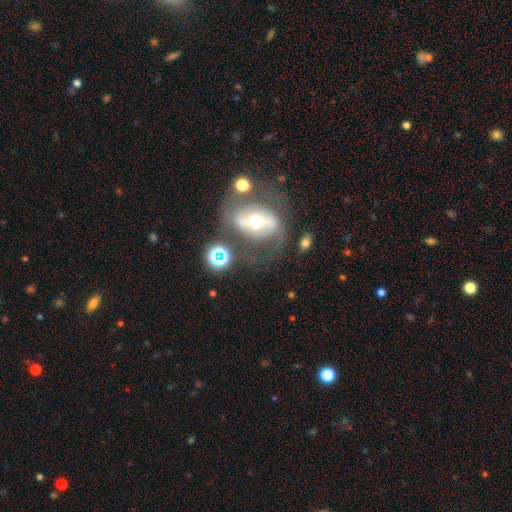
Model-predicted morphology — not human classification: Smooth or featured?
  - featured or disk: 64% *
  - smooth: 22%
  - star or artifact: 14%
Edge-on disk?
  - no: 91% *
  - yes: 9%
Bar?
  - no: 37% *
  - weak: 35%
  - strong: 29%
Spiral arms?
  - yes: 62% *
  - no: 38%
Bulge size?
  - moderate: 57% *
  - small: 32%
  - large: 6%
  - none: 2%
  - dominant: 2%
Merging?
  - none: 56% *
  - merger: 17%
  - minor disturbance: 15%
  - major disturbance: 13%